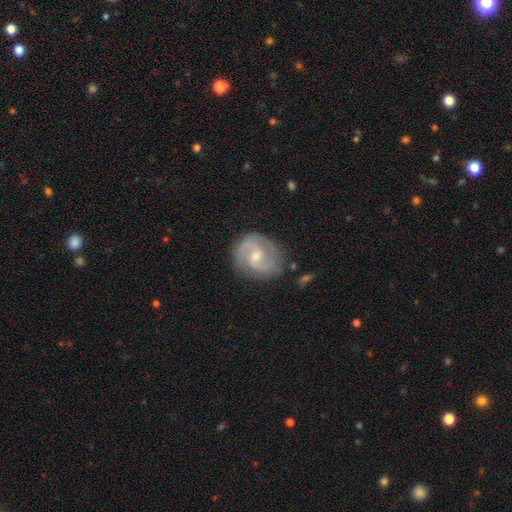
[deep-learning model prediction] A featured or disk galaxy (84%) with a weak bar (50%), 2 (87%) medium (51%) spiral arms (96%) and a moderate central bulge (49%).

Vote fractions:
- Smooth or featured? featured or disk: 84% / smooth: 11% / star or artifact: 5%
- Edge-on disk? no: 98% / yes: 2%
- Bar? weak: 50% / no: 40% / strong: 9%
- Spiral arms? yes: 96% / no: 4%
- Spiral winding? medium: 51% / tight: 34% / loose: 15%
- Spiral arm count? 2: 87% / can't tell: 5% / 1: 3% / 3: 2% / 4: 1% / more than 4: 1%
- Bulge size? moderate: 49% / small: 45% / none: 3% / large: 2% / dominant: 1%
- Merging? none: 78% / minor disturbance: 15% / major disturbance: 5% / merger: 2%